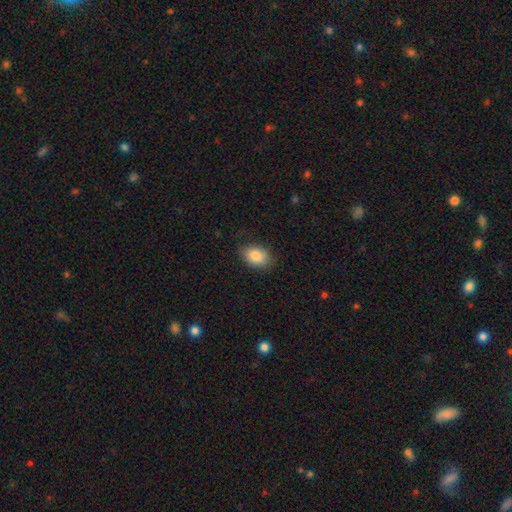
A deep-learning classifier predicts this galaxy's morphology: This appears to be a smooth galaxy with no disk features (85%) that is in between round and cigar-shaped (82%). Merging: none (82%).